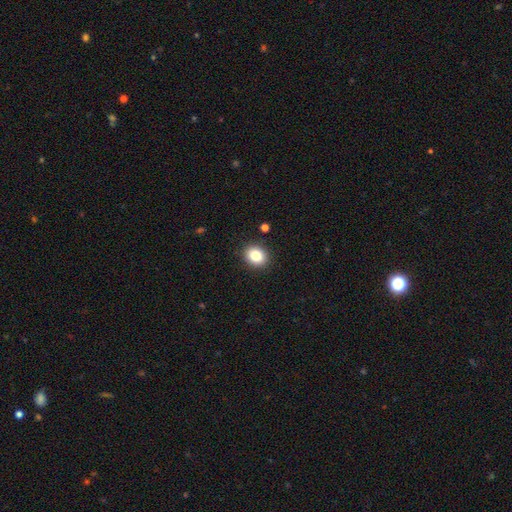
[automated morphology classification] A smooth galaxy with no disk features (84%) that is round (58%). Merging: none (90%).